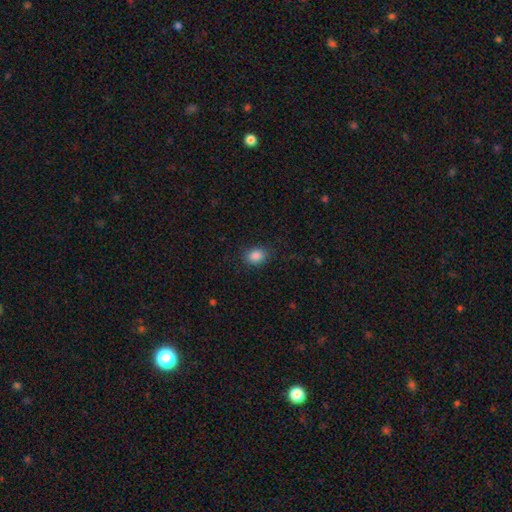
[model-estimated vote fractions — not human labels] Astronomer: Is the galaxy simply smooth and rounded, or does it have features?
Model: smooth — 87%.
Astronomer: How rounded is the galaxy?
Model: in between — 57% (runner-up: round, 42%).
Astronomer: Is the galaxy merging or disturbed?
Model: none — 85%.